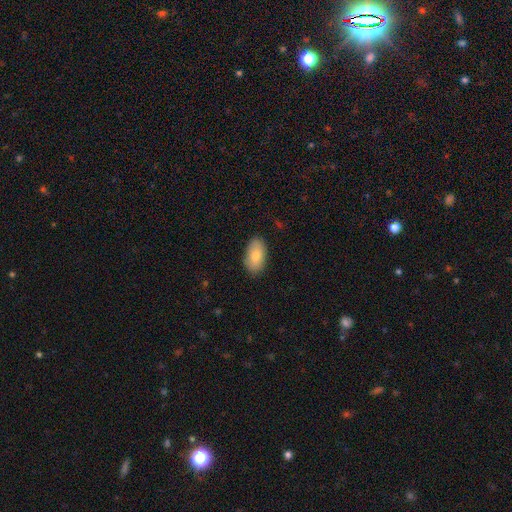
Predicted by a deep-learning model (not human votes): A smooth galaxy with no disk features (81%) that is in between round and cigar-shaped (93%).

Vote fractions:
- Smooth or featured? smooth: 81% / featured or disk: 13% / star or artifact: 6%
- How rounded? in between: 93% / round: 4% / cigar-shaped: 2%
- Merging? none: 85% / minor disturbance: 12% / major disturbance: 2% / merger: 1%